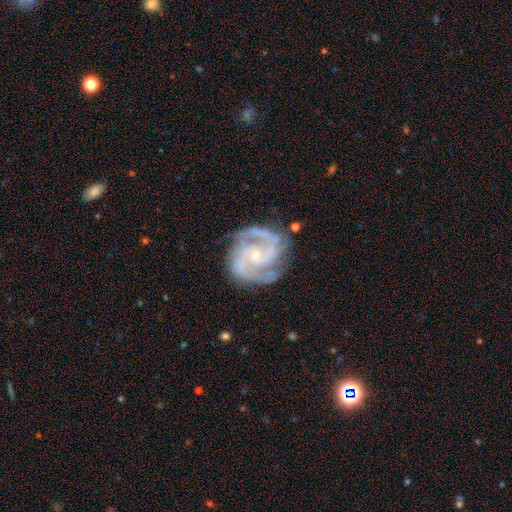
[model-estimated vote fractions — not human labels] A featured or disk galaxy (91%) with no bar (56%), 2 (69%) medium (49%) spiral arms (98%) and a small central bulge (74%). Merging: none (76%).